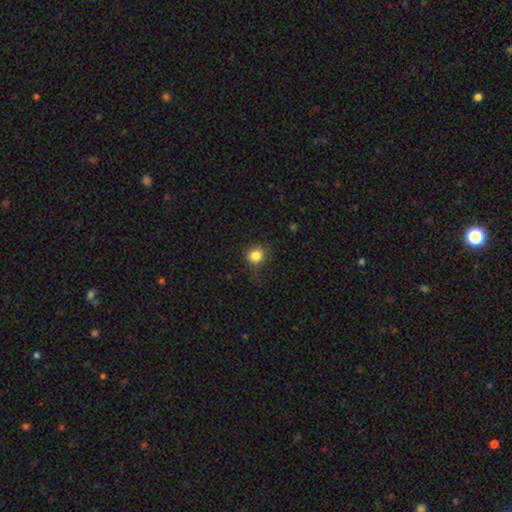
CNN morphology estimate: A smooth galaxy with no disk features (84%) that is round (88%).

Vote fractions:
- Smooth or featured? smooth: 84% / star or artifact: 12% / featured or disk: 4%
- How rounded? round: 88% / in between: 11% / cigar-shaped: 1%
- Merging? none: 81% / minor disturbance: 14% / major disturbance: 4% / merger: 1%